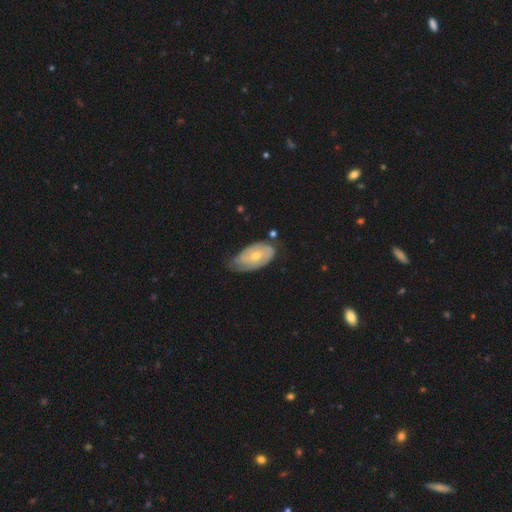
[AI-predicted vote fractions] Smooth or featured?
  - featured or disk: 61% *
  - smooth: 33%
  - star or artifact: 5%
Edge-on disk?
  - no: 93% *
  - yes: 7%
Bar?
  - no: 73% *
  - weak: 23%
  - strong: 4%
Spiral arms?
  - yes: 74% *
  - no: 26%
Bulge size?
  - moderate: 53% *
  - small: 44%
  - large: 2%
  - none: 1%
  - dominant: 1%
Merging?
  - none: 49% *
  - minor disturbance: 38%
  - major disturbance: 10%
  - merger: 3%